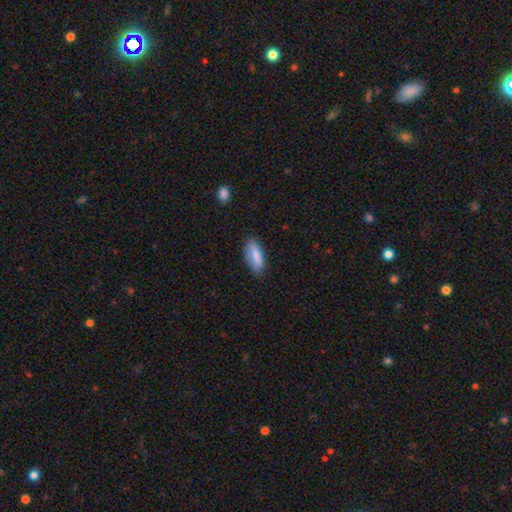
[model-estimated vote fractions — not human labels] Smooth or featured?
  - smooth: 83% *
  - featured or disk: 10%
  - star or artifact: 7%
How rounded?
  - in between: 71% *
  - cigar-shaped: 27%
  - round: 2%
Merging?
  - none: 78% *
  - minor disturbance: 17%
  - major disturbance: 3%
  - merger: 1%